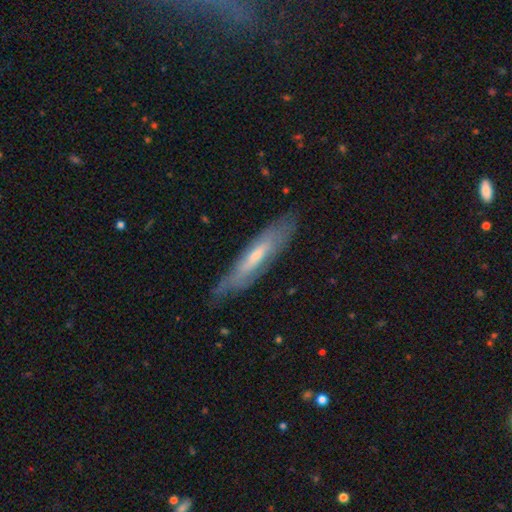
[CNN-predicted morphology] This appears to be a featured or disk galaxy (55%) viewed edge-on (61%). Merging: none (73%).